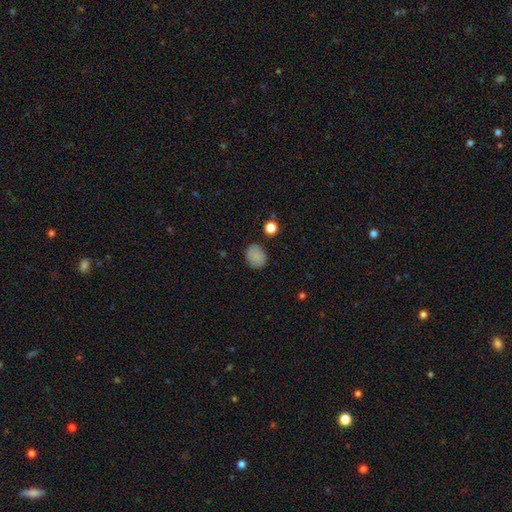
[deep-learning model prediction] Smooth or featured?
  - smooth: 84% *
  - star or artifact: 11%
  - featured or disk: 5%
How rounded?
  - round: 54% *
  - in between: 45%
  - cigar-shaped: 1%
Merging?
  - none: 83% *
  - minor disturbance: 12%
  - major disturbance: 3%
  - merger: 2%